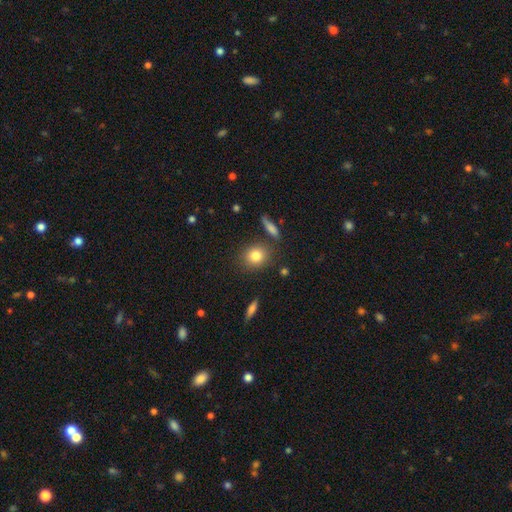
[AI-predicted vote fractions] Q: Smooth or featured?
A: smooth (82%); runner-up: star or artifact (9%)
Q: How rounded?
A: round (68%); runner-up: in between (29%)
Q: Merging?
A: none (82%); runner-up: minor disturbance (10%)